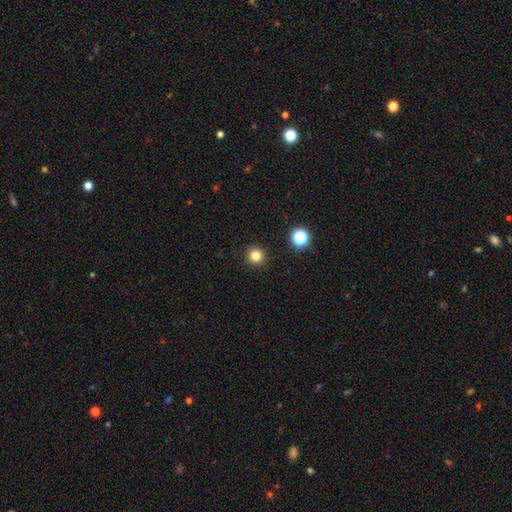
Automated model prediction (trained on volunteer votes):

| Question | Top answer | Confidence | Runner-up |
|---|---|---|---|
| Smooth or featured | smooth | 80% | star or artifact (15%) |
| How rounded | round | 95% | in between (4%) |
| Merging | none | 92% | minor disturbance (5%) |